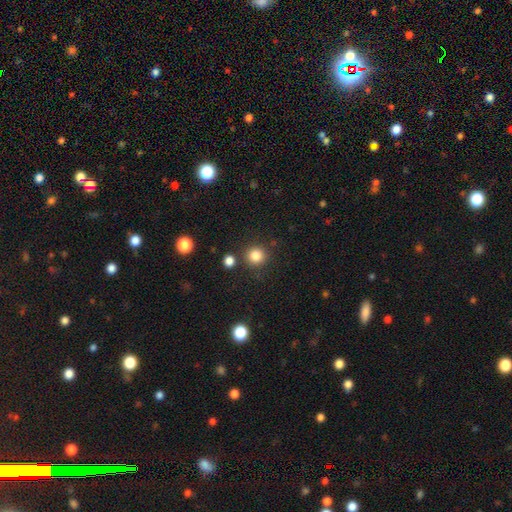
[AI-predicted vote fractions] Morphology: type=smooth (84%); roundness=round (92%); merging=none (85%).